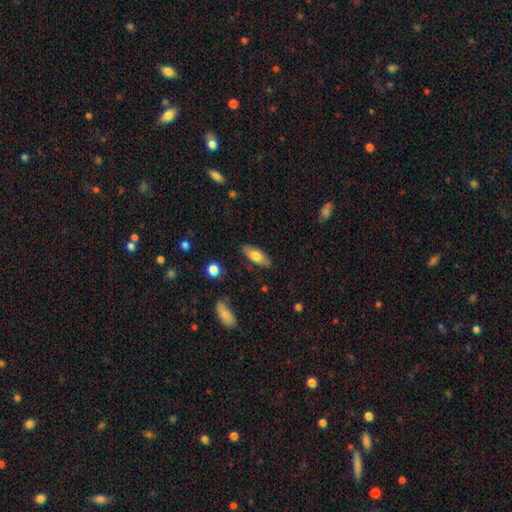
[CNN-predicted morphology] The model was most divided on "smooth or featured": smooth: 72%, featured or disk: 21%, star or artifact: 6%. More confident: merging — none (85%); how rounded — in between (75%).